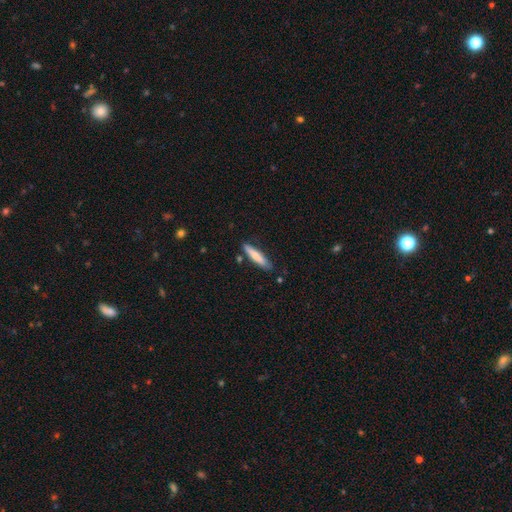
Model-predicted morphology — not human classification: A smooth galaxy with no disk features (68%) that is cigar-shaped (86%). Merging: none (83%).